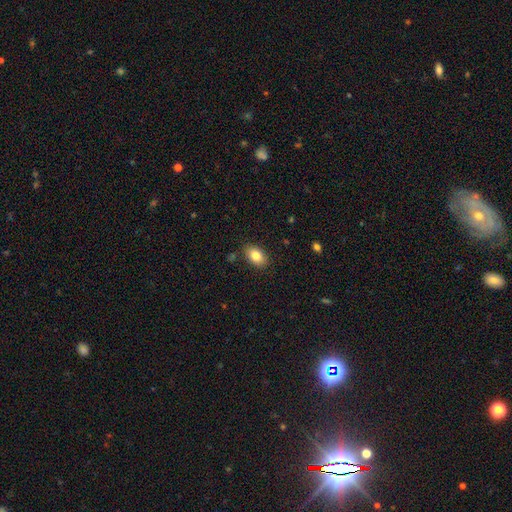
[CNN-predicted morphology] Overall: smooth (82%). How rounded: in between (89%). Merging: none (86%).